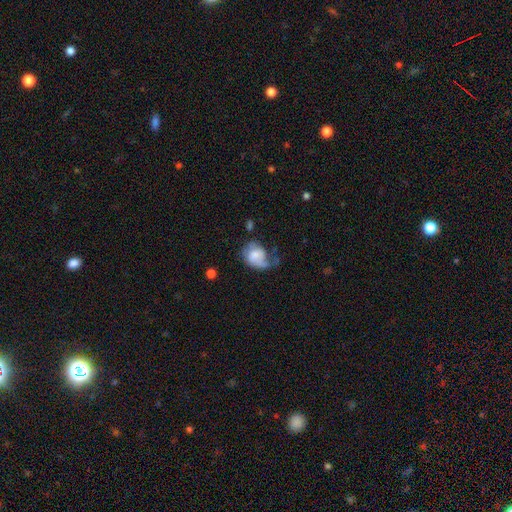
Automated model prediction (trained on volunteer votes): Smooth or featured? Predicted: smooth (p=0.47). Merging? Predicted: major disturbance (p=0.38).